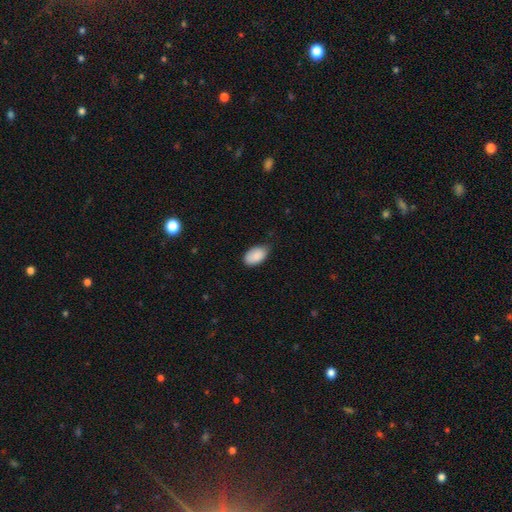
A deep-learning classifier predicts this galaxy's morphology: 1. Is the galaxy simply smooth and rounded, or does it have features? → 89% smooth, 6% star or artifact, 5% featured or disk.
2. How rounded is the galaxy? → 93% in between, 5% round, 1% cigar-shaped.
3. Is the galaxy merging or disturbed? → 61% none, 33% minor disturbance, 5% major disturbance, 1% merger.